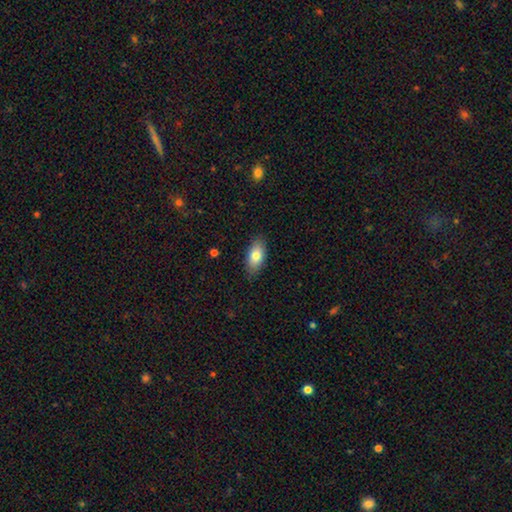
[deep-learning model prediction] This is likely a smooth galaxy (79%). How rounded: clearly in between (90%). Merging: clearly none (85%).